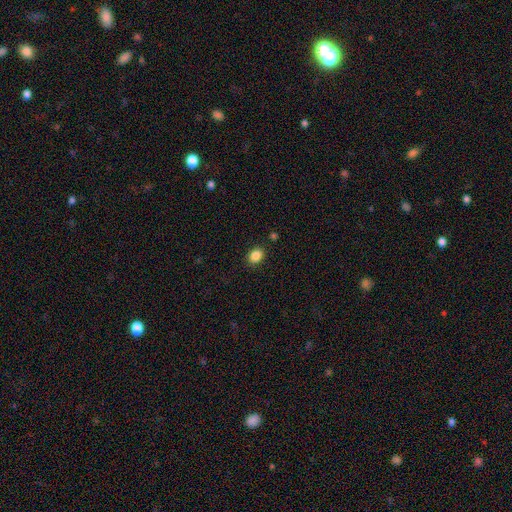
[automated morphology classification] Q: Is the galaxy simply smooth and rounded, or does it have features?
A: smooth — 86%.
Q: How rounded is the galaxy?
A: in between — 56%.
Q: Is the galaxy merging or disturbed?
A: none — 88%.